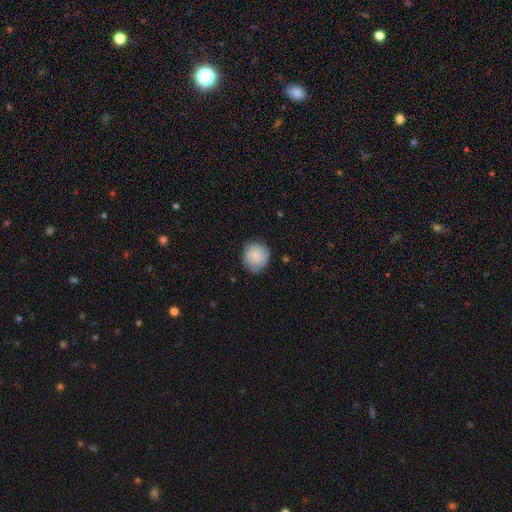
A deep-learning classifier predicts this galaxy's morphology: Smooth or featured?
  - smooth: 83% *
  - featured or disk: 10%
  - star or artifact: 7%
How rounded?
  - round: 87% *
  - in between: 12%
  - cigar-shaped: 1%
Merging?
  - none: 76% *
  - minor disturbance: 19%
  - major disturbance: 4%
  - merger: 1%